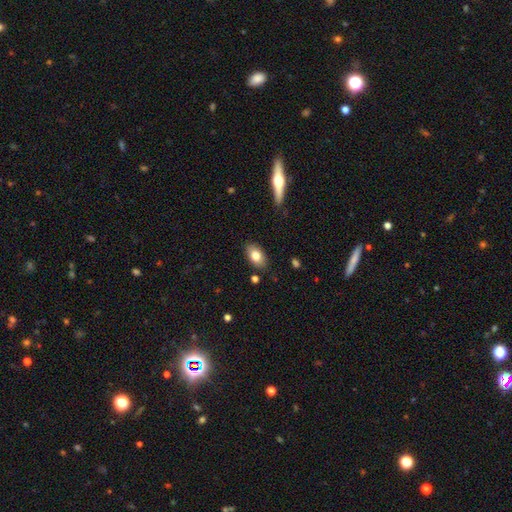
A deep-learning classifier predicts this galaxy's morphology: This is likely a smooth galaxy (79%). How rounded: clearly in between (91%). Merging: clearly none (85%).